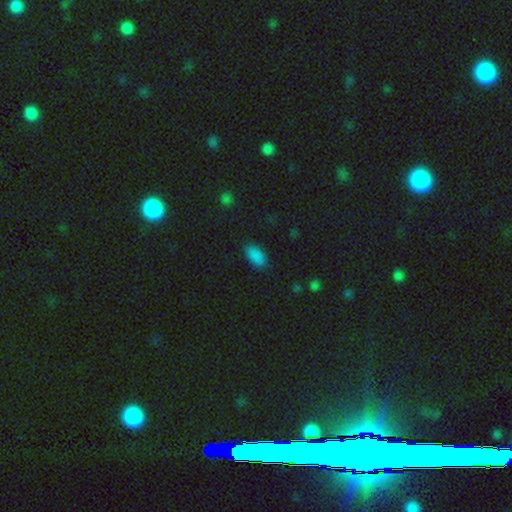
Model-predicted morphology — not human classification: The model was most divided on "smooth or featured": smooth: 85%, star or artifact: 11%, featured or disk: 3%. More confident: how rounded — in between (93%); merging — none (87%).